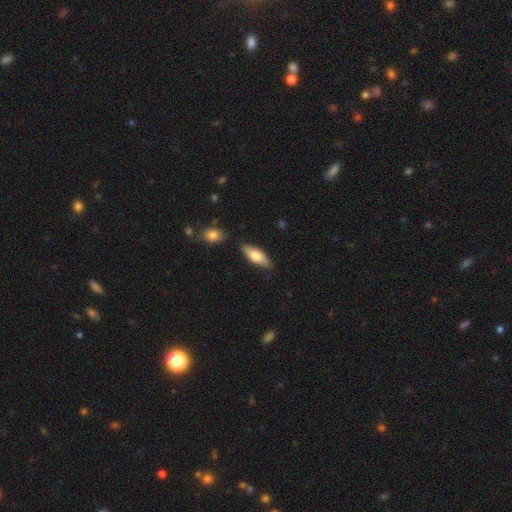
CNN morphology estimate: A smooth galaxy with no disk features (61%) that is in between round and cigar-shaped (58%). Merging: none (83%).